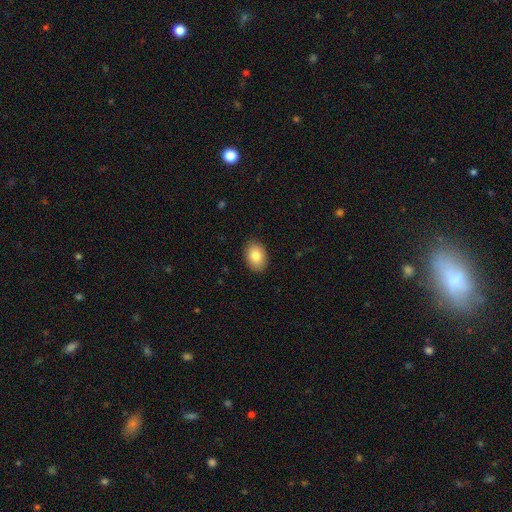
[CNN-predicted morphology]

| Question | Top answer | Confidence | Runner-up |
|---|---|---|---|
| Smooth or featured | smooth | 84% | featured or disk (9%) |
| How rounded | in between | 79% | round (20%) |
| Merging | none | 89% | minor disturbance (8%) |